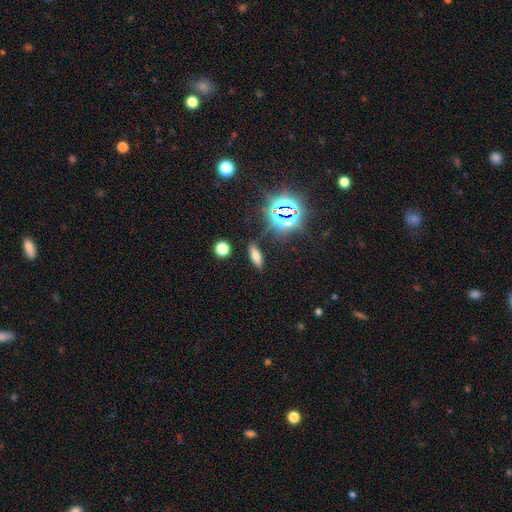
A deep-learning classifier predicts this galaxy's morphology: Smooth or featured? smooth (63%)
How rounded? in between (54%)
Merging? none (85%)